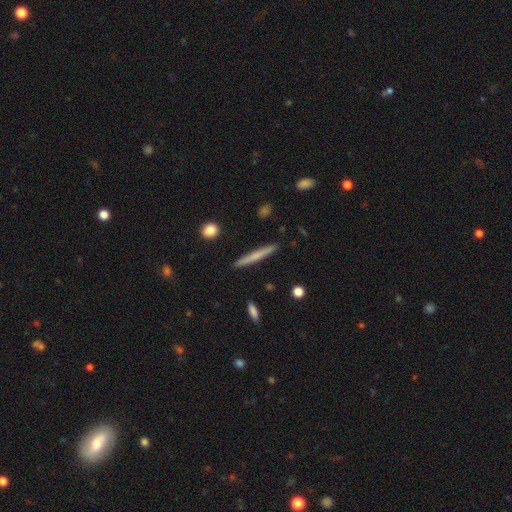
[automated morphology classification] The model was most divided on "smooth or featured": smooth: 59%, featured or disk: 34%, star or artifact: 6%. More confident: how rounded — cigar-shaped (96%); merging — none (91%).